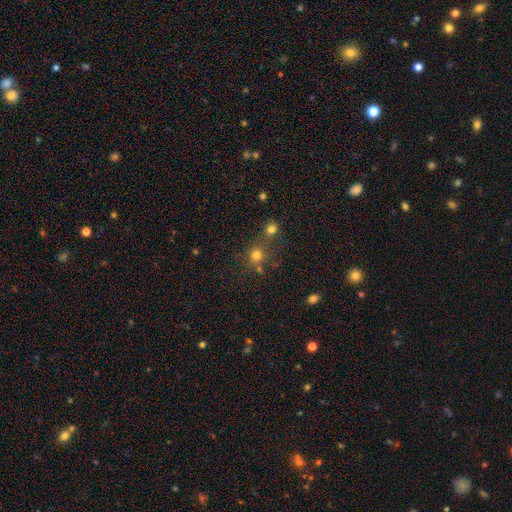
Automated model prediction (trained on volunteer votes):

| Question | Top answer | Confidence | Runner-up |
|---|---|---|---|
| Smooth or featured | smooth | 67% | star or artifact (23%) |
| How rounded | round | 86% | in between (13%) |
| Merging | none | 58% | merger (28%) |